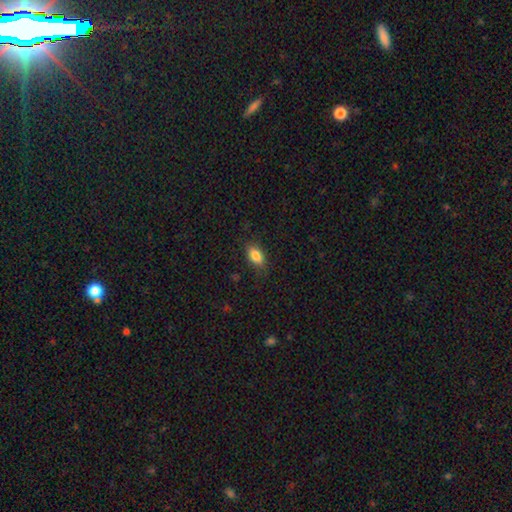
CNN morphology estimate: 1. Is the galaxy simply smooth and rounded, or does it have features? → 85% smooth, 8% star or artifact, 7% featured or disk.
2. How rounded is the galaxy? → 88% in between, 6% round, 5% cigar-shaped.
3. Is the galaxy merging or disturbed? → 83% none, 13% minor disturbance, 3% major disturbance, 1% merger.